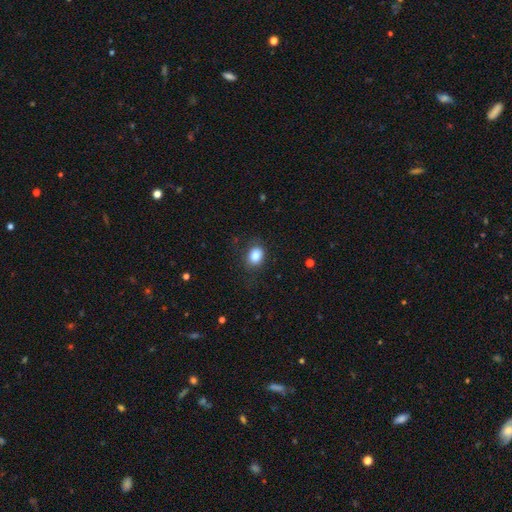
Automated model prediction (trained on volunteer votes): Smooth or featured: smooth — 83% (star or artifact — 10%)
How rounded: in between — 53% (round — 46%)
Merging: none — 81% (minor disturbance — 13%)